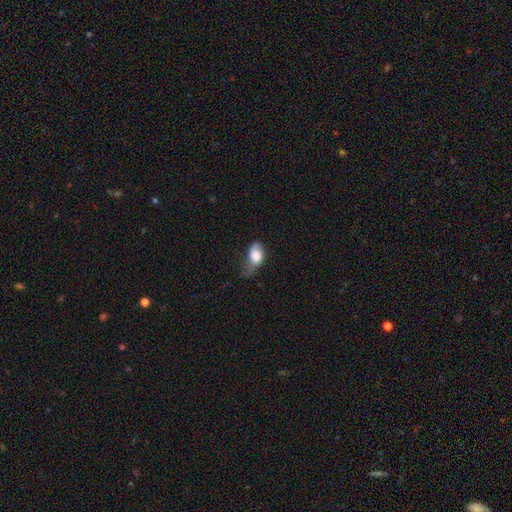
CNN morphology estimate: A smooth galaxy with no disk features (70%) that is in between round and cigar-shaped (84%). Merging: minor disturbance (39%).